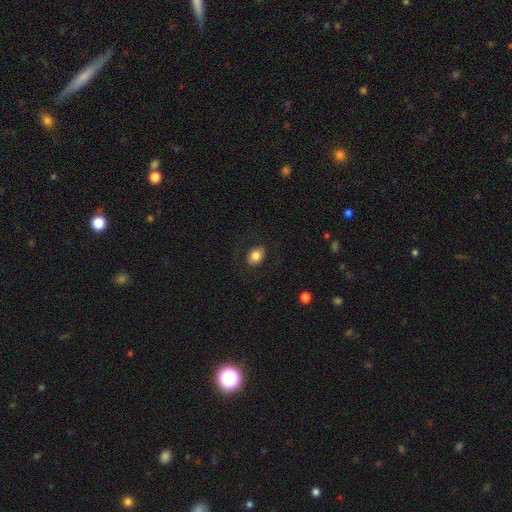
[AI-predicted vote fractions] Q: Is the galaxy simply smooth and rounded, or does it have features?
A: smooth — 81%.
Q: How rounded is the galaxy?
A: in between — 64%.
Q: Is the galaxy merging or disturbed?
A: none — 83%.